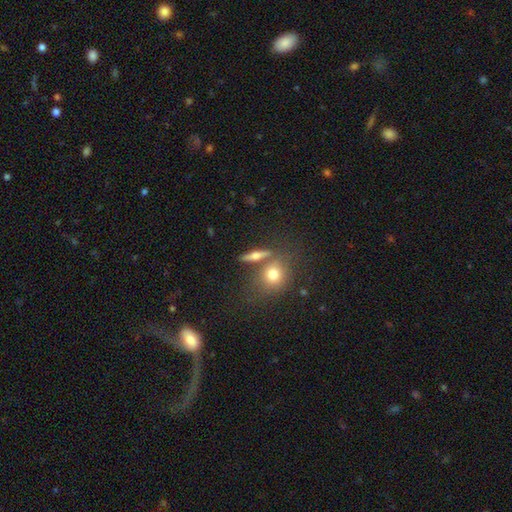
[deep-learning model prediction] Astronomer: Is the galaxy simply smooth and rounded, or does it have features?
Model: smooth — 54% (runner-up: featured or disk, 35%).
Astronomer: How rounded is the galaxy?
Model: cigar-shaped — 42% (runner-up: in between, 32%).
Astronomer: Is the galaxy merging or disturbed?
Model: none — 69%.